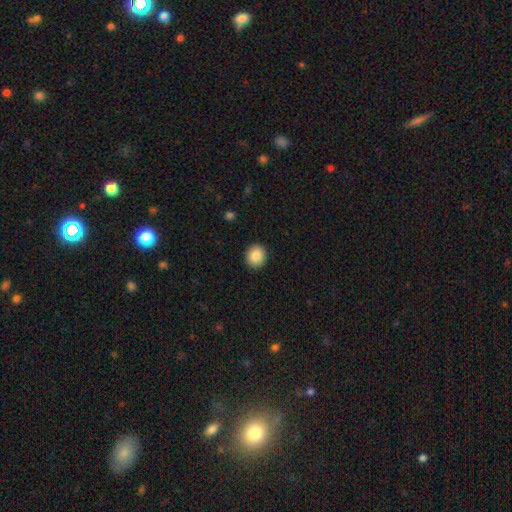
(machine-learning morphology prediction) This is clearly a smooth galaxy (86%). How rounded: clearly round (89%). Merging: clearly none (92%).